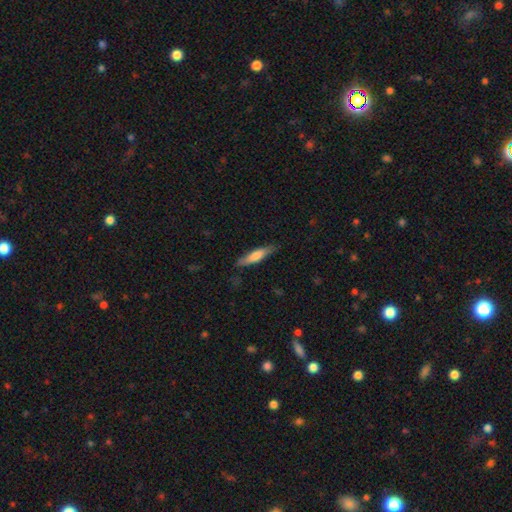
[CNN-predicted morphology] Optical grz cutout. It shows a smooth galaxy with no disk features (66%) that is cigar-shaped (79%). Merging: none (81%).